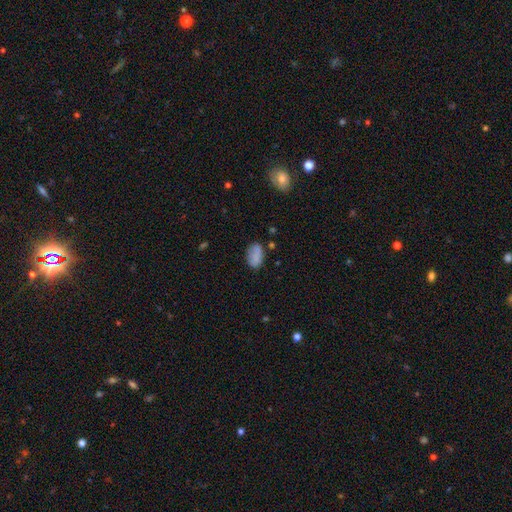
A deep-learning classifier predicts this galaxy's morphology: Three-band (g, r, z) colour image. It shows a smooth galaxy with no disk features (82%) that is in between round and cigar-shaped (92%). Merging: none (71%).